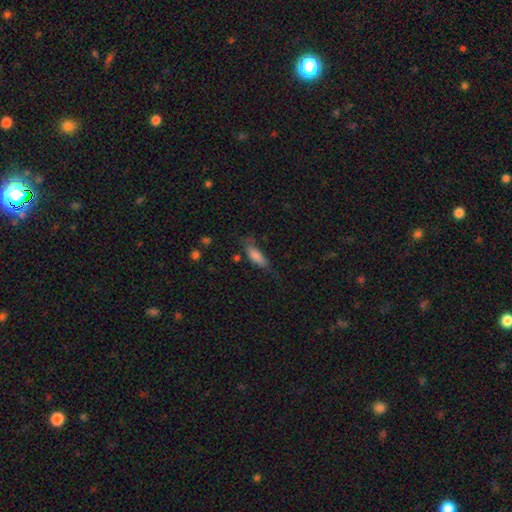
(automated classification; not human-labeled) This appears to be a smooth galaxy with no disk features (76%) that is in between round and cigar-shaped (54%). Merging: none (58%).